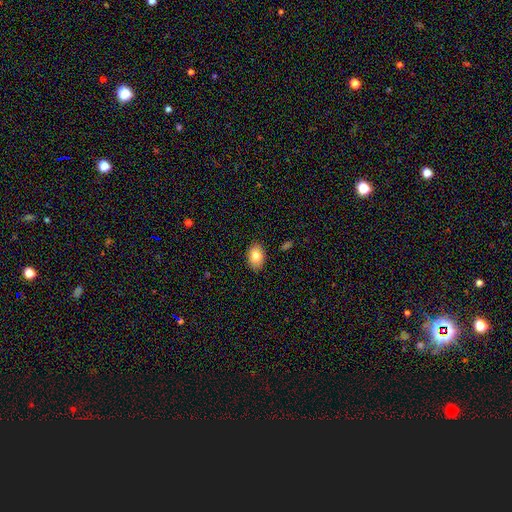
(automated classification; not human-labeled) Q: Smooth or featured?
A: smooth (81%); runner-up: featured or disk (11%)
Q: How rounded?
A: in between (83%); runner-up: round (15%)
Q: Merging?
A: none (87%); runner-up: minor disturbance (10%)